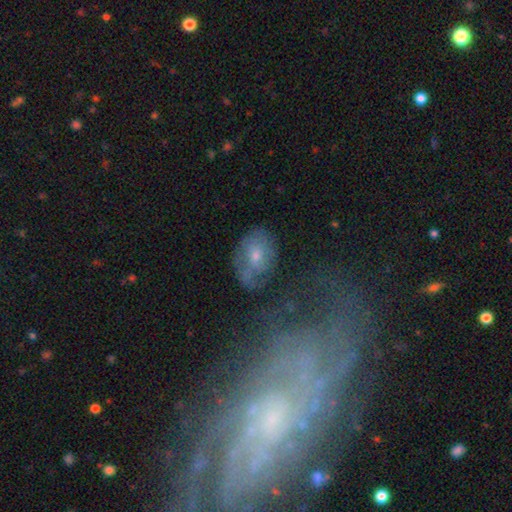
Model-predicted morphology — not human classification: This appears to be a smooth galaxy with no disk features (45%). Merging: none (54%).